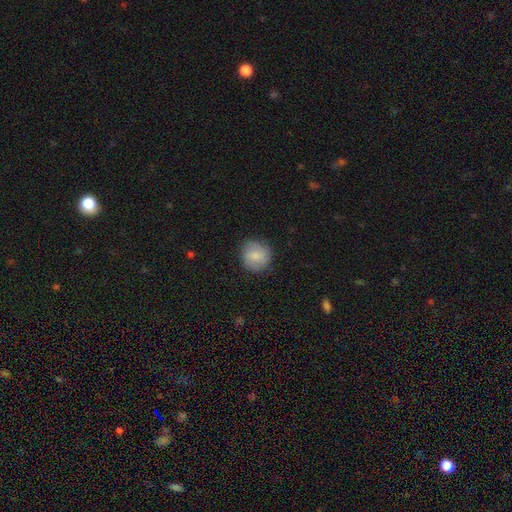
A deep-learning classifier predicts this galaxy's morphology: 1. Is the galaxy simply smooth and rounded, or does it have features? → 79% smooth, 14% featured or disk, 7% star or artifact.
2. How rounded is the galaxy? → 92% round, 7% in between, 1% cigar-shaped.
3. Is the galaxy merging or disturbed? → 85% none, 11% minor disturbance, 3% major disturbance, 1% merger.